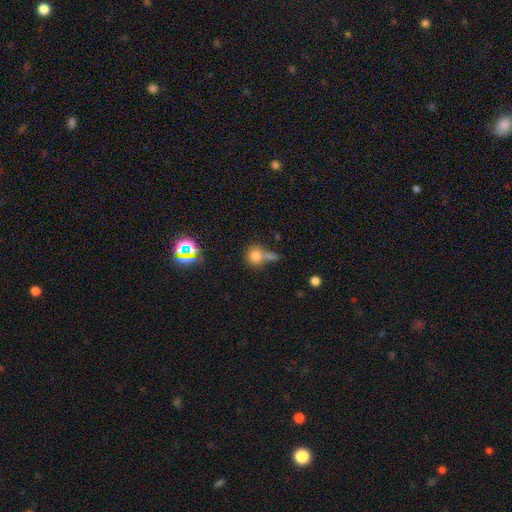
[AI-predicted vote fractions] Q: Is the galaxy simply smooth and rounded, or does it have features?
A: smooth — 75%.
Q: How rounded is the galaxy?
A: round — 80%.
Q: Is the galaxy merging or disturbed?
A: none — 47%.